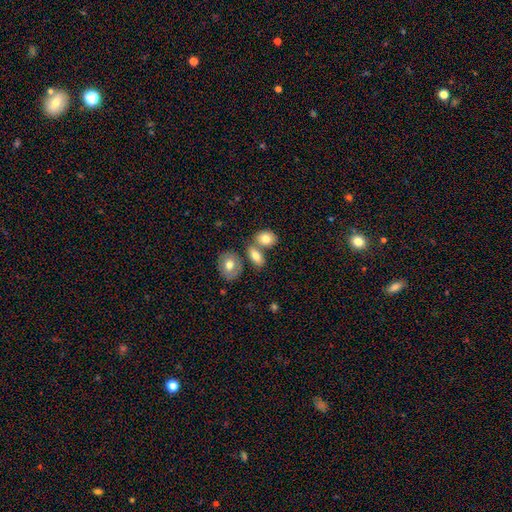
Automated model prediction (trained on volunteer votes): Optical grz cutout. It shows a smooth galaxy with no disk features (76%) that is in between round and cigar-shaped (82%). Merging: none (54%).